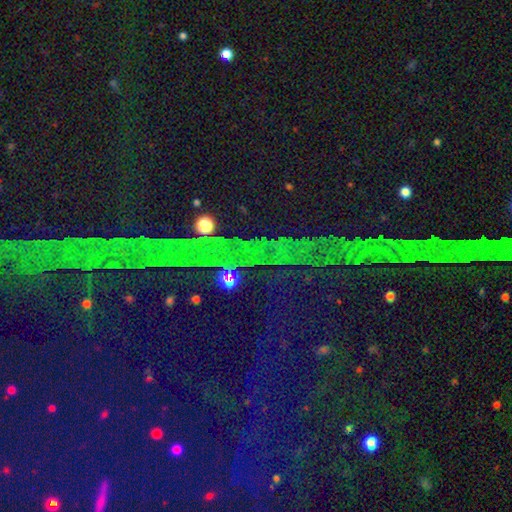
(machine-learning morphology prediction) Overall: star or artifact (77%).